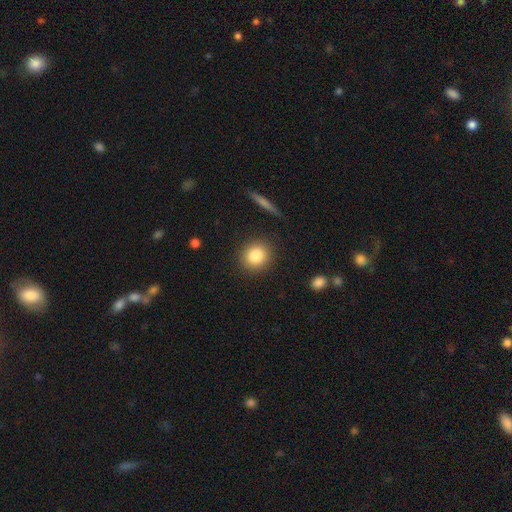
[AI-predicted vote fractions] This appears to be a smooth galaxy with no disk features (84%) that is round (85%). Merging: none (89%).